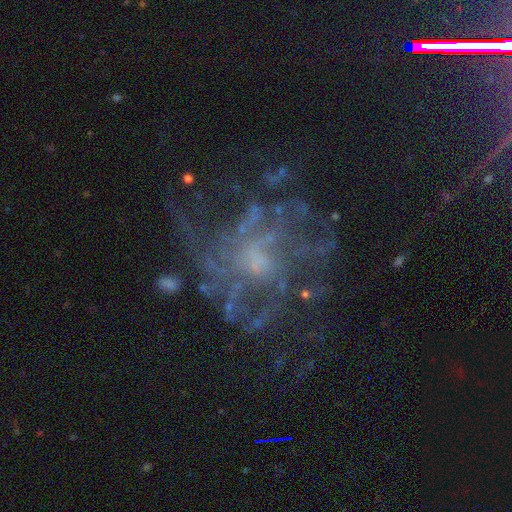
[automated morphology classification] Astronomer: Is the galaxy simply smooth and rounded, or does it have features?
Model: featured or disk — 73%.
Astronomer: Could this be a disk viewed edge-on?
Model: no — 97%.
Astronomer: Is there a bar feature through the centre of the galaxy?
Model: no — 72%.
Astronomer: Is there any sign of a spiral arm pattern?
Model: yes — 65%.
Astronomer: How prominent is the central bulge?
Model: small — 44% (runner-up: moderate, 30%).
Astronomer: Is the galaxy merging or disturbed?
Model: none — 54%.